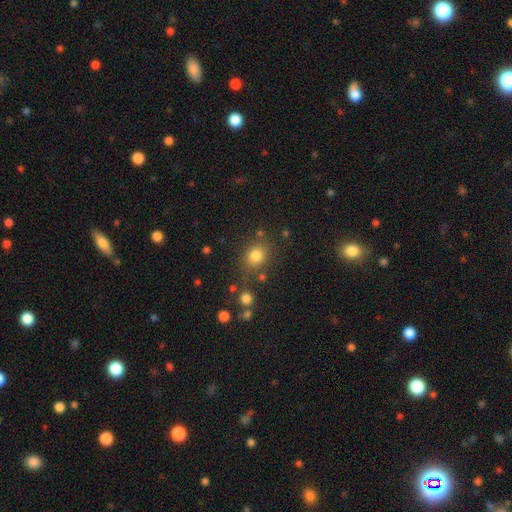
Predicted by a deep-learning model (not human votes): smooth_or_featured: smooth (p=0.80) [alt: star or artifact p=0.13]
how_rounded: round (p=0.71) [alt: in between p=0.28]
merging: none (p=0.75) [alt: minor disturbance p=0.13]